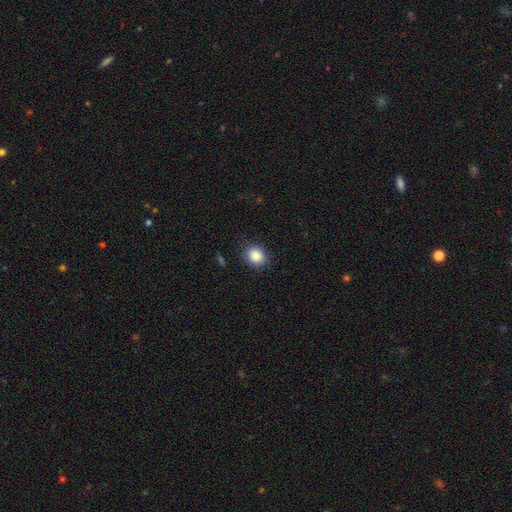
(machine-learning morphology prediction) A smooth galaxy with no disk features (88%) that is round (56%). Merging: none (86%).